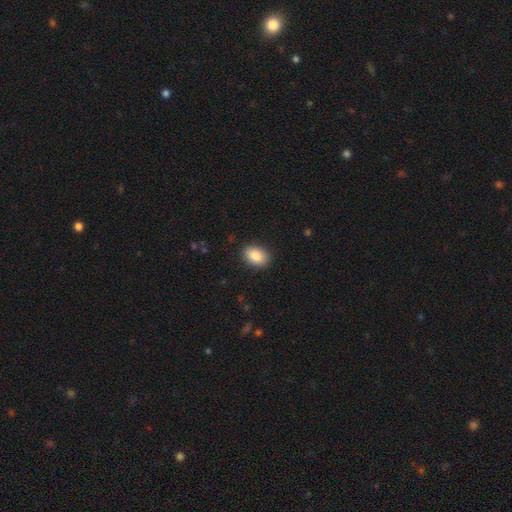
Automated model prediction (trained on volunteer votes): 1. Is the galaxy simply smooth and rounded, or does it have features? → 86% smooth, 8% star or artifact, 7% featured or disk.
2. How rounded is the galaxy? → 84% in between, 14% round, 1% cigar-shaped.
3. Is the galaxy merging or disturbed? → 89% none, 8% minor disturbance, 2% major disturbance, 1% merger.